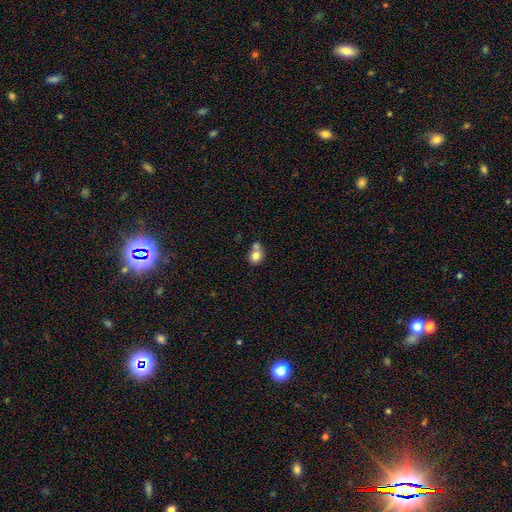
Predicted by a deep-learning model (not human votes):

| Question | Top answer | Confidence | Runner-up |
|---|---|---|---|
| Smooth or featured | smooth | 78% | featured or disk (12%) |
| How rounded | round | 69% | in between (30%) |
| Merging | merger | 46% | none (39%) |